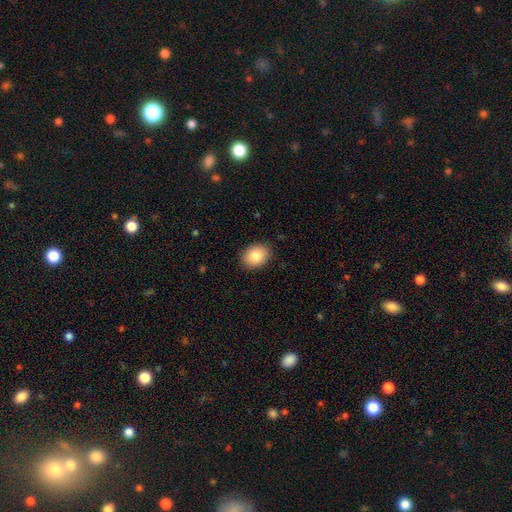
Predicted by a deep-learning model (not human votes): smooth 84%, featured or disk 8%, star or artifact 8%. Down the decision tree: how rounded — in between (66%); merging — none (89%).